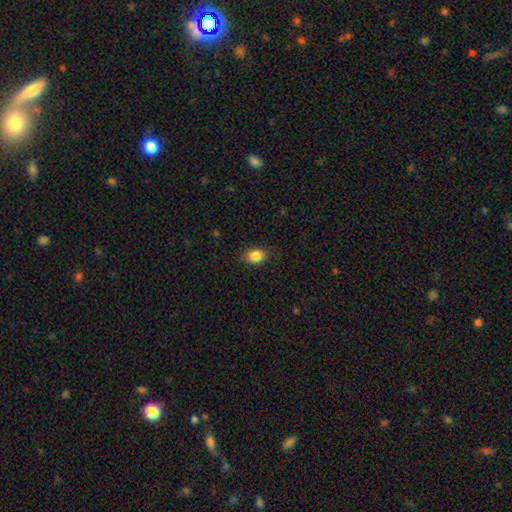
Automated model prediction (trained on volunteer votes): Overall: smooth (86%). How rounded: in between (72%). Merging: none (86%).